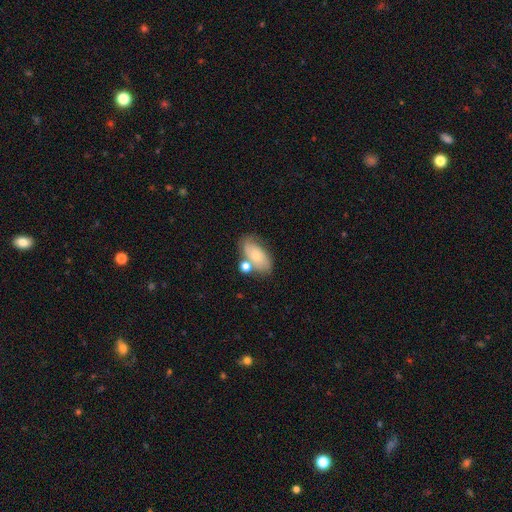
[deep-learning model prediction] A smooth galaxy with no disk features (61%) that is in between round and cigar-shaped (89%). Merging: none (52%).